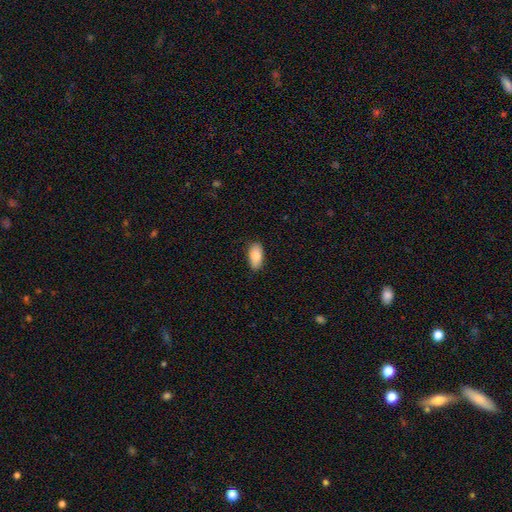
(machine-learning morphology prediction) smooth-or-featured: smooth: 87% | featured or disk: 7% | star or artifact: 6%
  how-rounded: in between: 92% | cigar-shaped: 5% | round: 3%
  merging: none: 85% | minor disturbance: 12% | major disturbance: 2% | merger: 1%